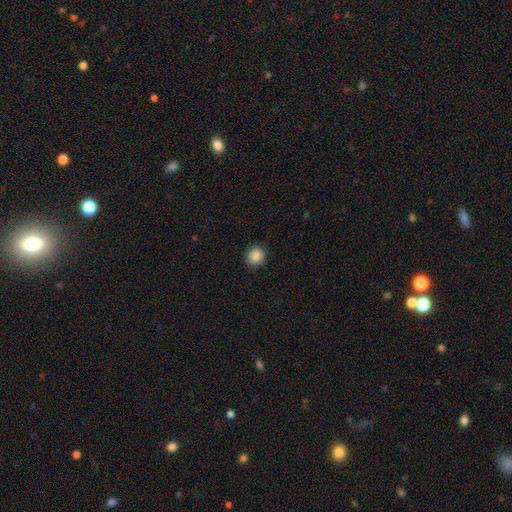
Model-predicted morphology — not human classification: Smooth or featured: smooth — 89% (star or artifact — 9%)
How rounded: round — 92% (in between — 7%)
Merging: none — 91% (minor disturbance — 6%)